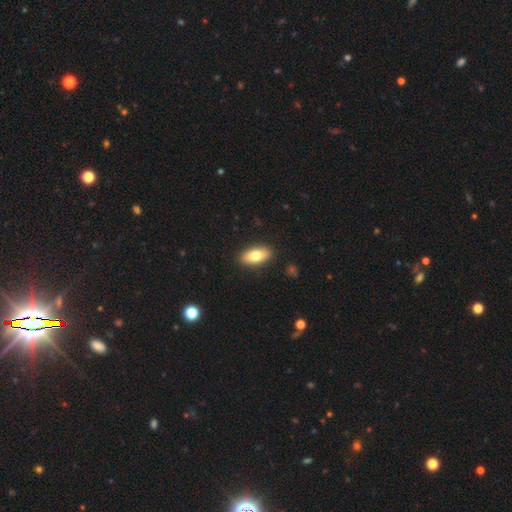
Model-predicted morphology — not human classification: The model was most divided on "smooth or featured": smooth: 75%, featured or disk: 18%, star or artifact: 7%. More confident: merging — none (89%); how rounded — in between (86%).